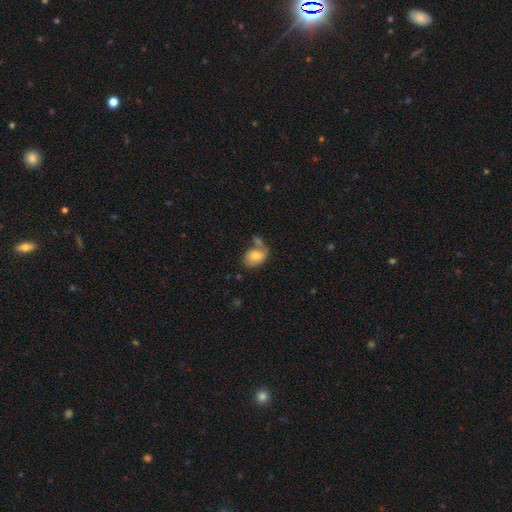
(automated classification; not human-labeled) Overall: smooth (71%). How rounded: in between (75%). Merging: none (40%; merger 27%).